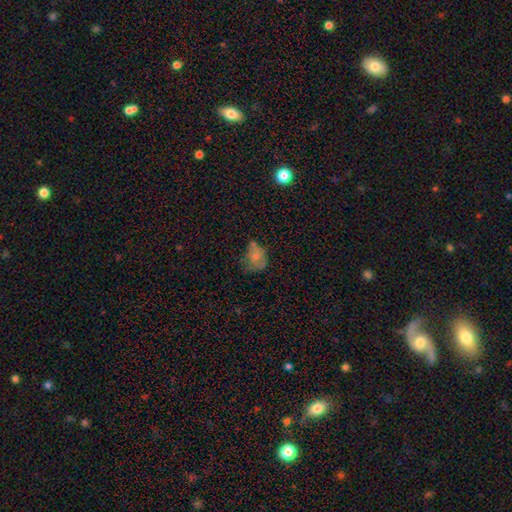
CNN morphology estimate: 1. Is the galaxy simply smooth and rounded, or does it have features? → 63% smooth, 24% featured or disk, 13% star or artifact.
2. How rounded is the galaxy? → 51% in between, 48% round, 1% cigar-shaped.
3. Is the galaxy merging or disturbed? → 35% none, 30% minor disturbance, 21% major disturbance, 13% merger.